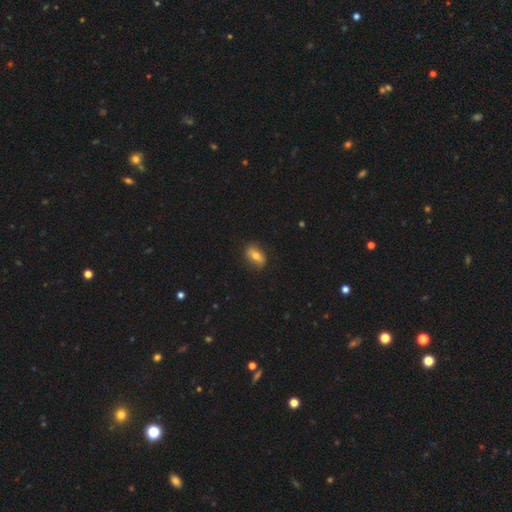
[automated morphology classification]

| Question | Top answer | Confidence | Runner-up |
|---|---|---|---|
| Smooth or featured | smooth | 53% | featured or disk (39%) |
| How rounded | in between | 77% | round (12%) |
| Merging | none | 83% | minor disturbance (13%) |